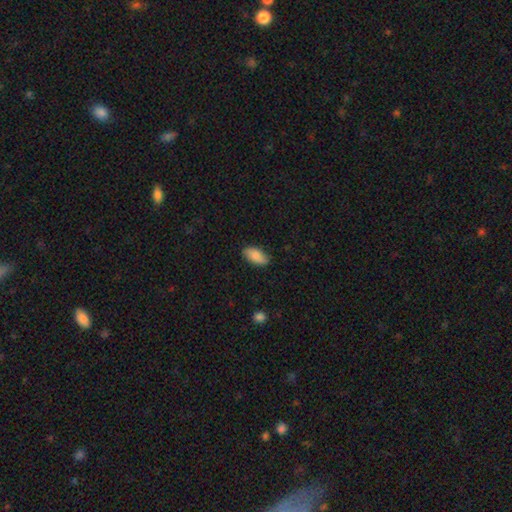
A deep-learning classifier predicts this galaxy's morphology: Q: Smooth or featured?
A: smooth (83%); runner-up: featured or disk (11%)
Q: How rounded?
A: in between (92%); runner-up: cigar-shaped (6%)
Q: Merging?
A: none (85%); runner-up: minor disturbance (12%)